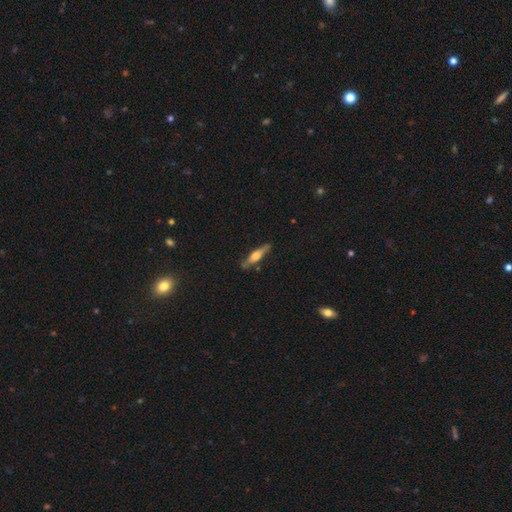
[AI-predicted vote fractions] Smooth or featured? Predicted: featured or disk (p=0.59). Edge-on disk? Predicted: yes (p=0.94). Edge-on bulge? Predicted: rounded (p=0.82). Merging? Predicted: none (p=0.83).